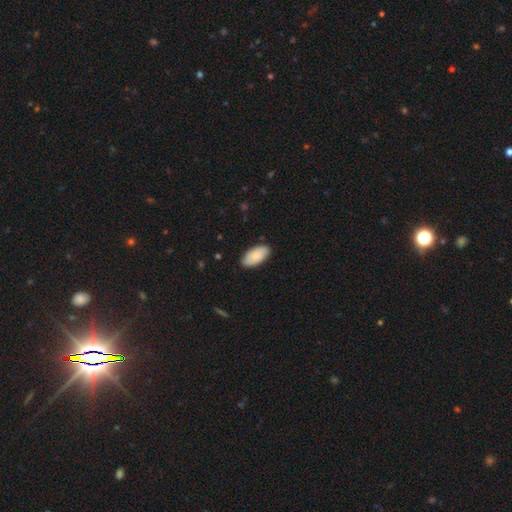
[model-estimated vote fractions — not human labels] A smooth galaxy with no disk features (86%) that is in between round and cigar-shaped (95%).

Vote fractions:
- Smooth or featured? smooth: 86% / featured or disk: 8% / star or artifact: 6%
- How rounded? in between: 95% / cigar-shaped: 3% / round: 2%
- Merging? none: 87% / minor disturbance: 10% / major disturbance: 2% / merger: 1%